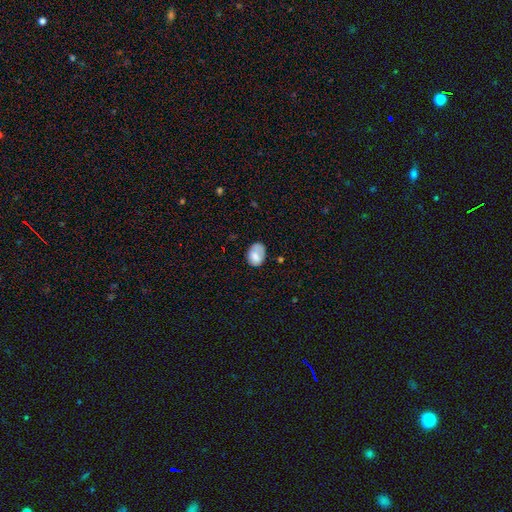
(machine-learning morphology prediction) Smooth or featured? Predicted: smooth (p=0.77). How rounded? Predicted: in between (p=0.71). Merging? Predicted: none (p=0.55).